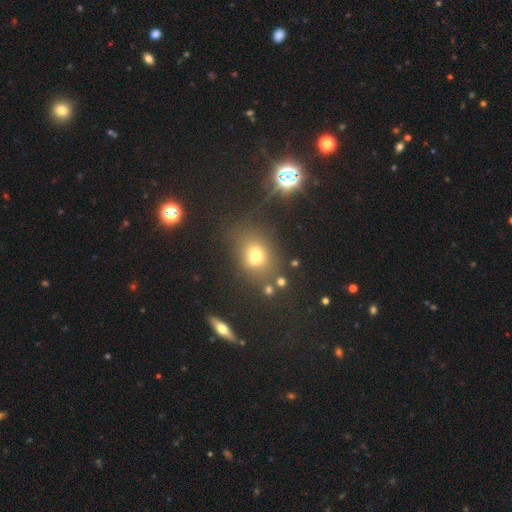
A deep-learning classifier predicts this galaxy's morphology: This is likely a smooth galaxy (64%). How rounded: possibly in between (54%). Merging: likely none (64%).